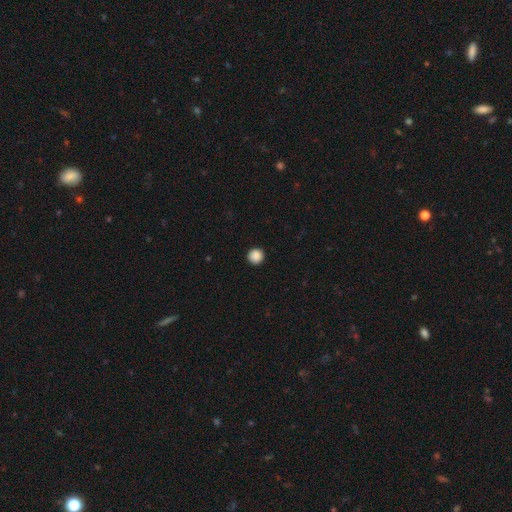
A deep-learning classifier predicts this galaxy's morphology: A smooth galaxy with no disk features (89%) that is round (96%).

Vote fractions:
- Smooth or featured? smooth: 89% / star or artifact: 9% / featured or disk: 2%
- How rounded? round: 96% / in between: 3% / cigar-shaped: 1%
- Merging? none: 93% / minor disturbance: 4% / major disturbance: 1% / merger: 1%